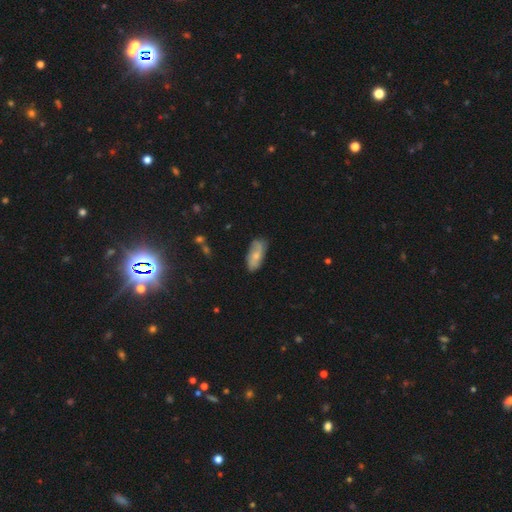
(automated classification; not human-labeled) Smooth or featured?
  - smooth: 56% *
  - featured or disk: 37%
  - star or artifact: 7%
How rounded?
  - in between: 86% *
  - cigar-shaped: 11%
  - round: 3%
Merging?
  - none: 71% *
  - minor disturbance: 22%
  - major disturbance: 5%
  - merger: 2%